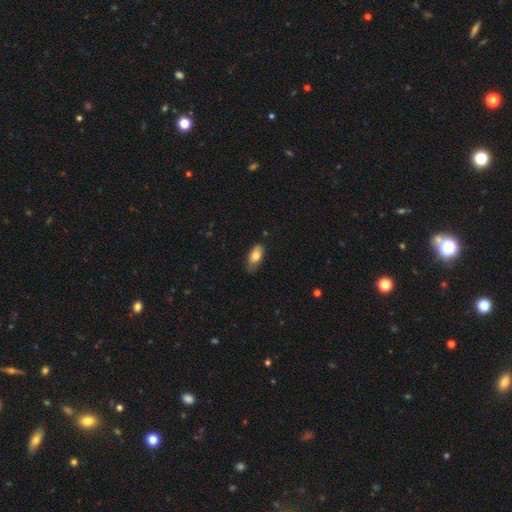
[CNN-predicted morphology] This appears to be a smooth galaxy with no disk features (75%) that is in between round and cigar-shaped (88%). Merging: none (68%).